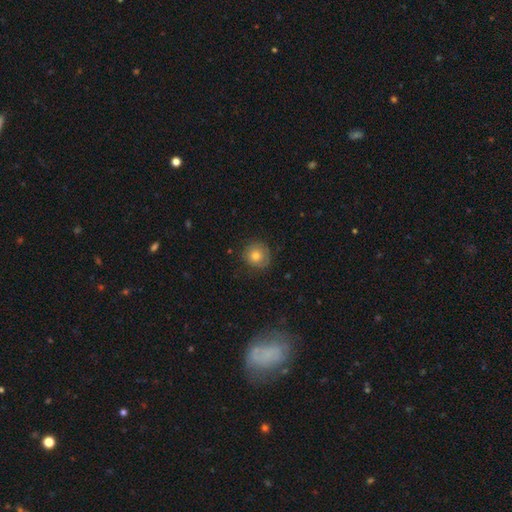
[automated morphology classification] Smooth or featured? Predicted: smooth (p=0.68). How rounded? Predicted: round (p=0.92). Merging? Predicted: none (p=0.77).